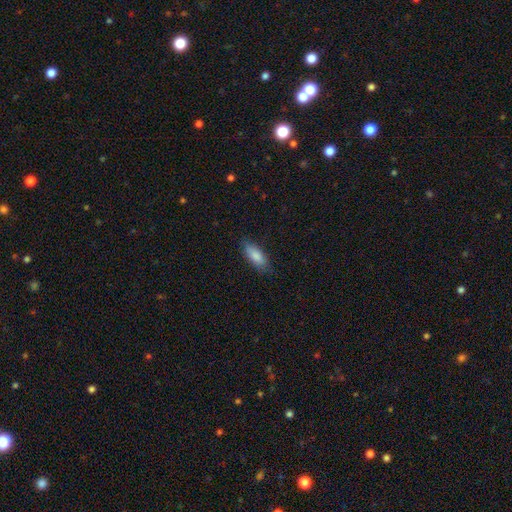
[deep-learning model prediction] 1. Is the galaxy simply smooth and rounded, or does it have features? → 84% smooth, 10% featured or disk, 6% star or artifact.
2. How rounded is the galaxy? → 68% in between, 30% cigar-shaped, 2% round.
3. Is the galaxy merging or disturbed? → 81% none, 15% minor disturbance, 3% major disturbance, 1% merger.